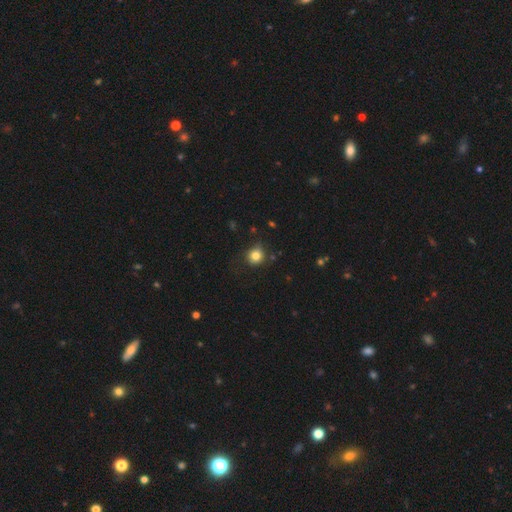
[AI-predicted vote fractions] A smooth galaxy with no disk features (82%) that is round (88%). Merging: none (77%).